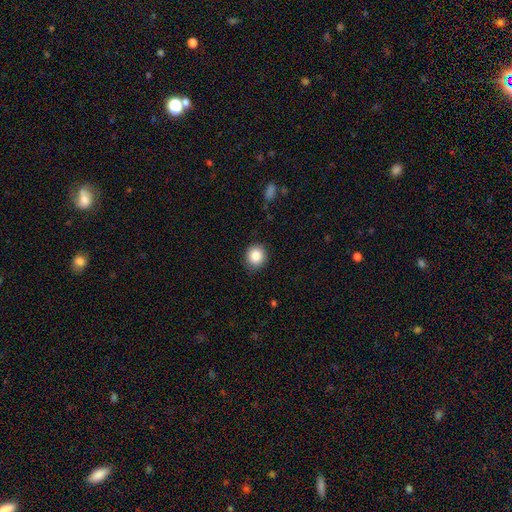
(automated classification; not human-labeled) Q: Smooth or featured?
A: smooth (86%); runner-up: star or artifact (9%)
Q: How rounded?
A: round (84%); runner-up: in between (15%)
Q: Merging?
A: none (86%); runner-up: minor disturbance (11%)